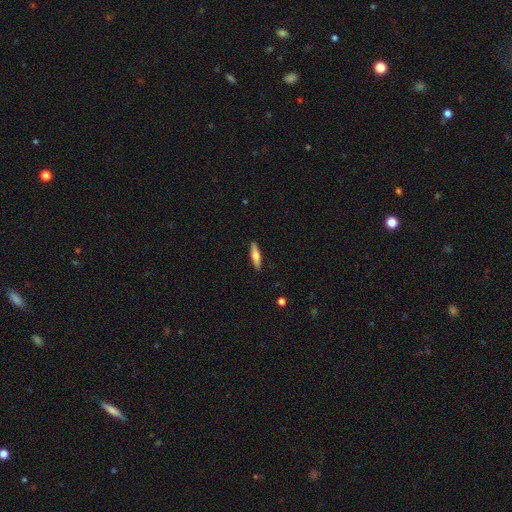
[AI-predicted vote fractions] Smooth or featured? smooth (58%)
How rounded? cigar-shaped (71%)
Merging? none (91%)